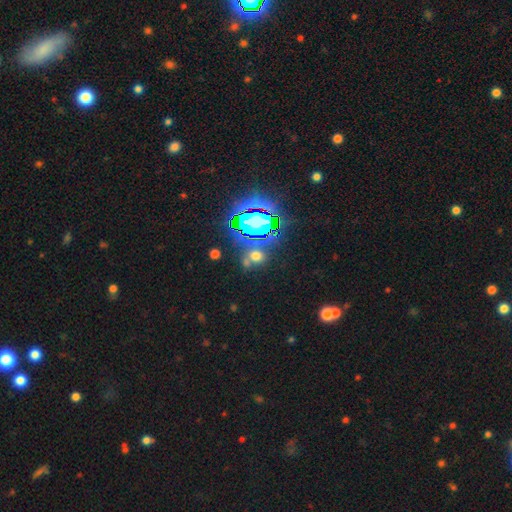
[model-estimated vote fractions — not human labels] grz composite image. It shows a star or artifact, not a galaxy (45%, tied with smooth).